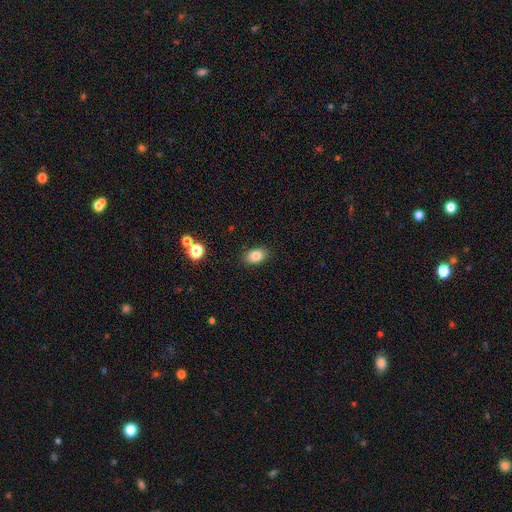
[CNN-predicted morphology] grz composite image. It shows a smooth galaxy with no disk features (83%) that is in between round and cigar-shaped (84%). Merging: none (87%).